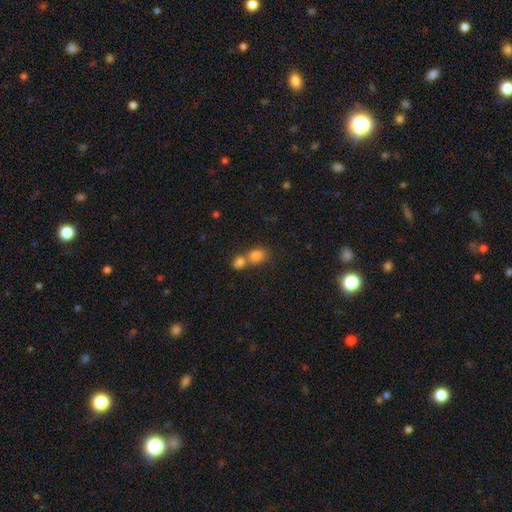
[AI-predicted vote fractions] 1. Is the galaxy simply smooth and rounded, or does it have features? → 81% smooth, 11% star or artifact, 8% featured or disk.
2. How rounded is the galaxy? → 52% in between, 46% round, 2% cigar-shaped.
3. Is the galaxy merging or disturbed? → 57% merger, 33% none, 7% minor disturbance, 3% major disturbance.